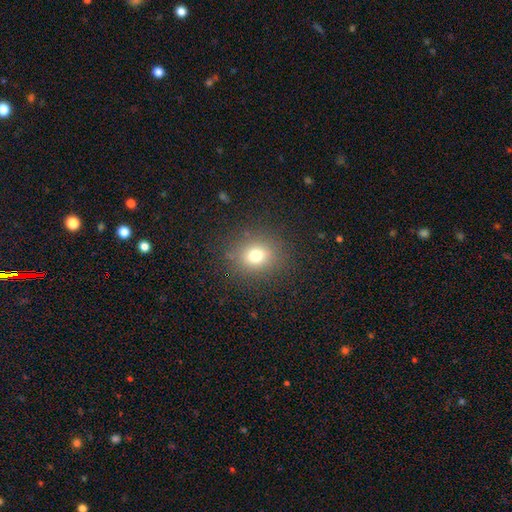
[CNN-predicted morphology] Overall: smooth (74%). How rounded: round (68%; in between 31%). Merging: none (86%).